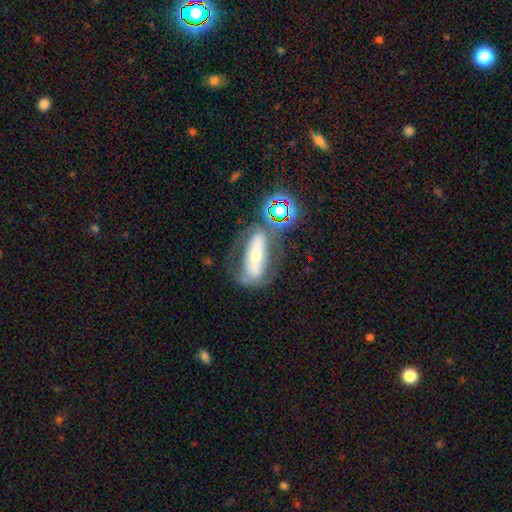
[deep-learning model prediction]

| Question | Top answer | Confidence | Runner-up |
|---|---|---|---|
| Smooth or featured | featured or disk | 60% | smooth (27%) |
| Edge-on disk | no | 75% | yes (25%) |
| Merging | none | 56% | minor disturbance (18%) |